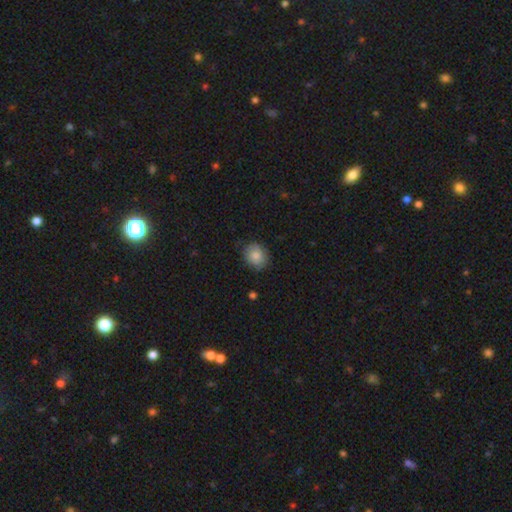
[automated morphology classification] Smooth or featured: smooth — 84% (featured or disk — 9%)
How rounded: round — 70% (in between — 29%)
Merging: none — 81% (minor disturbance — 15%)